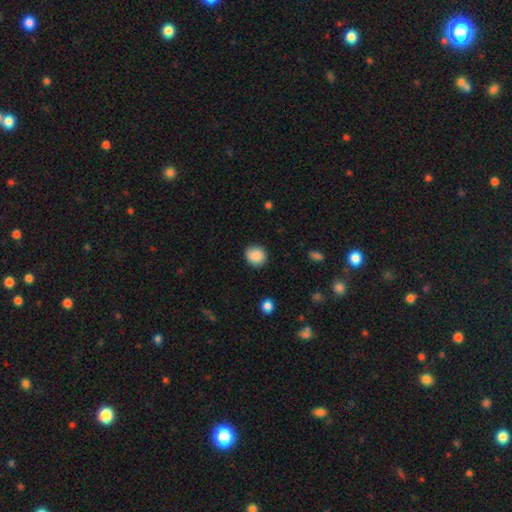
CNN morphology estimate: This appears to be a smooth galaxy with no disk features (88%) that is round (82%). Merging: none (86%).